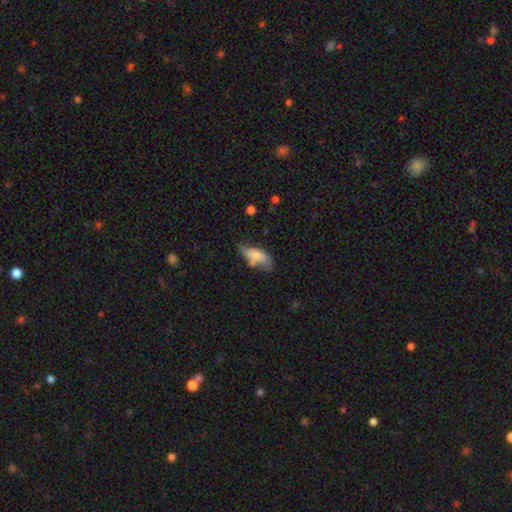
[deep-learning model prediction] Overall: smooth (66%). How rounded: in between (77%). Merging: none (42%; minor disturbance 33%).